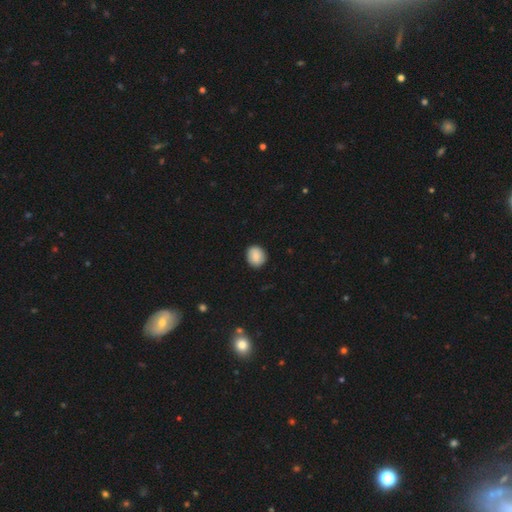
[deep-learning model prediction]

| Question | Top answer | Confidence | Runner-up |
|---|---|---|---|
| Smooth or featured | smooth | 86% | star or artifact (8%) |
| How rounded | round | 78% | in between (21%) |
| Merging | none | 89% | minor disturbance (8%) |